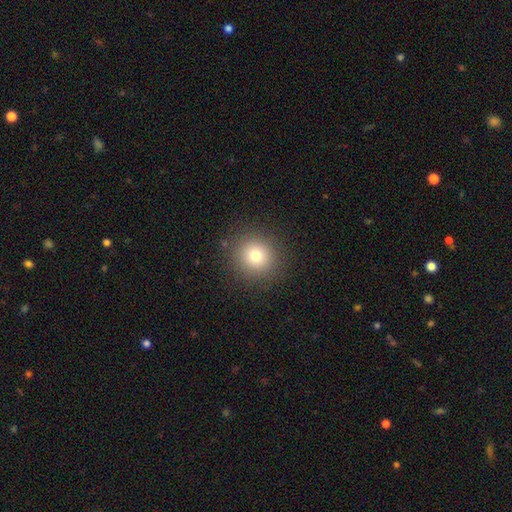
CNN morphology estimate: This appears to be a smooth galaxy with no disk features (76%) that is round (94%). Merging: none (89%).